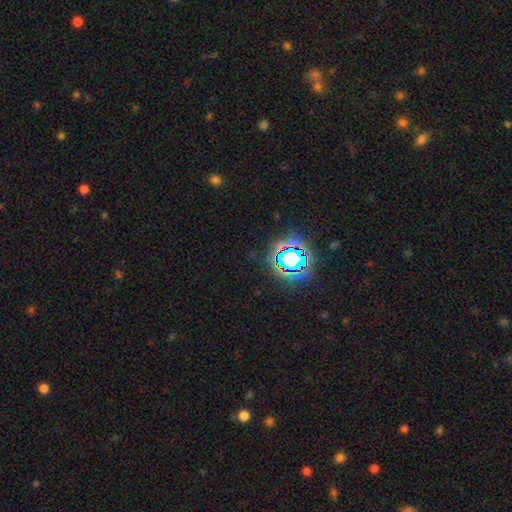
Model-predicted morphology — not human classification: The model was most divided on "smooth or featured": star or artifact: 75%, smooth: 15%, featured or disk: 9%.